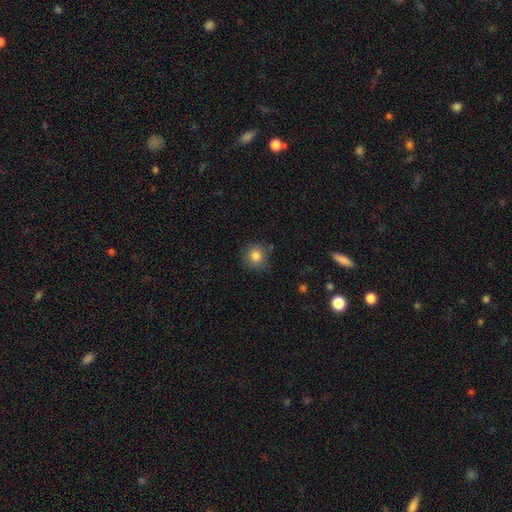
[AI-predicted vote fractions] Smooth or featured?
  - smooth: 83% *
  - star or artifact: 10%
  - featured or disk: 7%
How rounded?
  - round: 90% *
  - in between: 9%
  - cigar-shaped: 1%
Merging?
  - none: 79% *
  - minor disturbance: 15%
  - major disturbance: 3%
  - merger: 3%